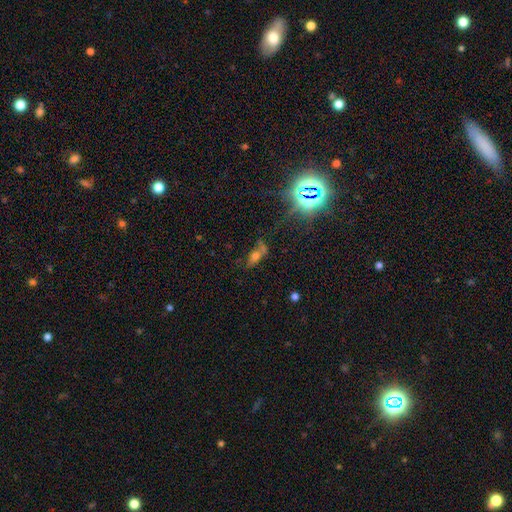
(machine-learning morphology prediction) A smooth galaxy with no disk features (41%). Merging: none (47%).